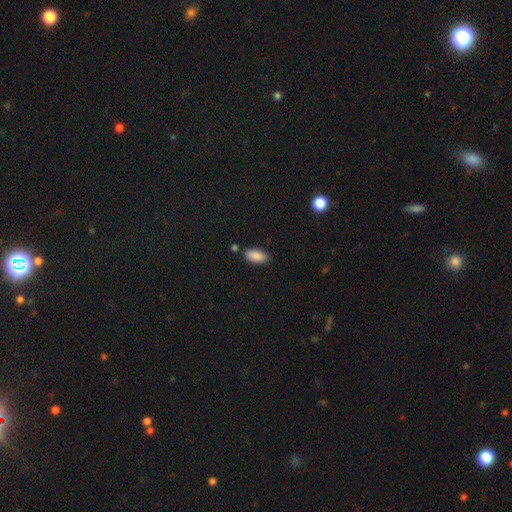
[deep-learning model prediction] The model was most divided on "merging": none: 77%, minor disturbance: 15%, merger: 5%, major disturbance: 3%. More confident: how rounded — in between (91%); smooth or featured — smooth (88%).